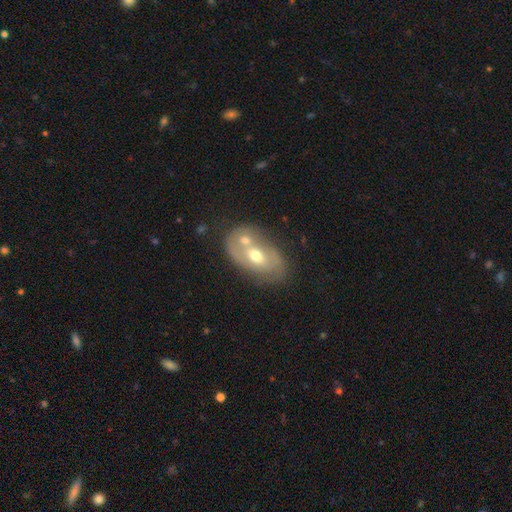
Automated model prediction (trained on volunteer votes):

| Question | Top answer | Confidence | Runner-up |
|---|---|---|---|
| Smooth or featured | featured or disk | 52% | smooth (41%) |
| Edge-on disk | no | 92% | yes (8%) |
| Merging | merger | 47% | none (33%) |